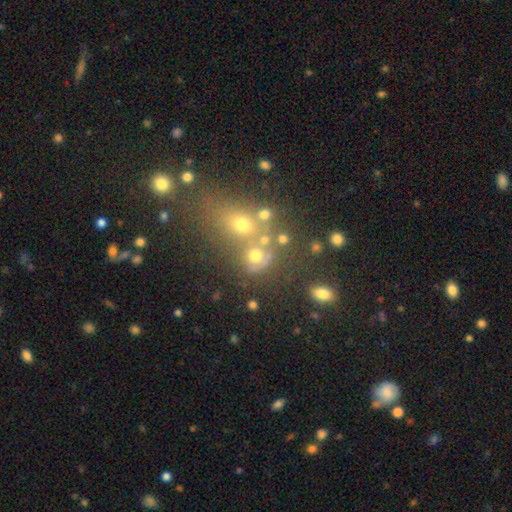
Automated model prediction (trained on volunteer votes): This is likely a smooth galaxy (62%). How rounded: likely round (68%). Merging: possibly none (46%).